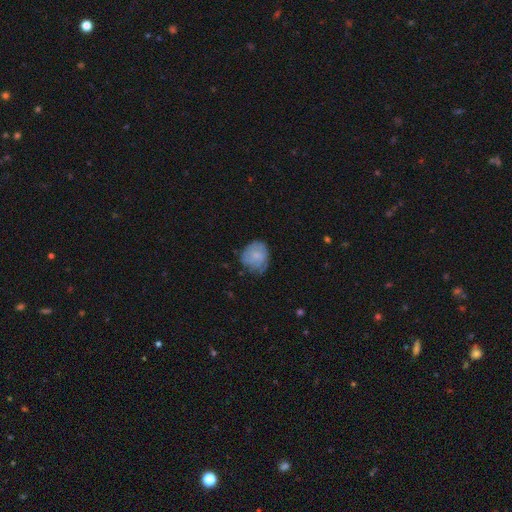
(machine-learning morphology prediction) smooth-or-featured: smooth: 56% | featured or disk: 36% | star or artifact: 8%
  how-rounded: round: 66% | in between: 33% | cigar-shaped: 1%
  merging: none: 55% | minor disturbance: 31% | major disturbance: 13% | merger: 2%